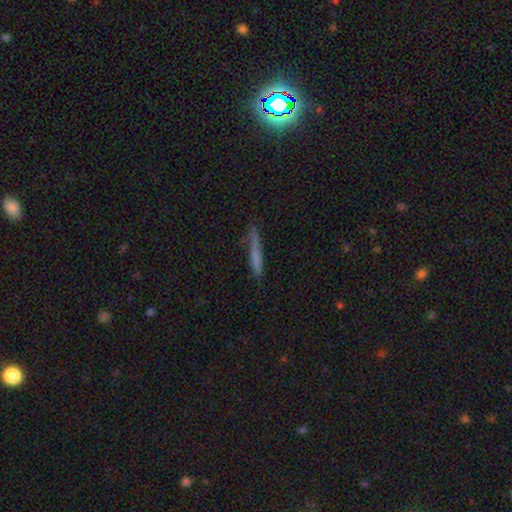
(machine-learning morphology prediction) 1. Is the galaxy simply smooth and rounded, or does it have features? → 67% smooth, 25% featured or disk, 8% star or artifact.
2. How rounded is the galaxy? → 95% cigar-shaped, 3% in between, 2% round.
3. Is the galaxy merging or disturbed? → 78% none, 16% minor disturbance, 3% major disturbance, 2% merger.